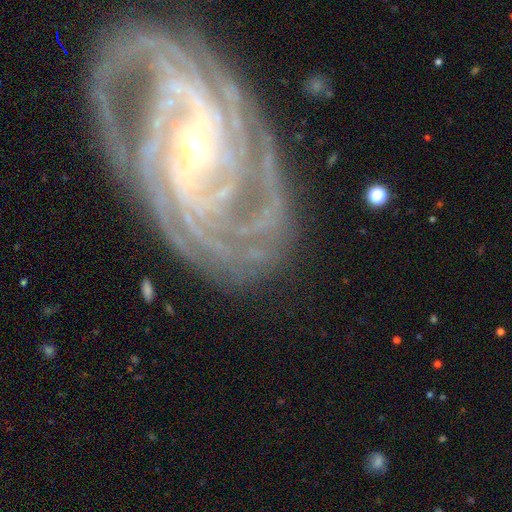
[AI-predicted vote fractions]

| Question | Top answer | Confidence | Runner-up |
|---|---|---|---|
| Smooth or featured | featured or disk | 81% | star or artifact (10%) |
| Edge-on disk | no | 95% | yes (5%) |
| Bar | no | 42% | weak (30%) |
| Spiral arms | yes | 94% | no (6%) |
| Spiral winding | tight | 72% | medium (22%) |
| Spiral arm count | can't tell | 27% | 3 (18%) |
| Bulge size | small | 52% | moderate (36%) |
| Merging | none | 73% | minor disturbance (16%) |